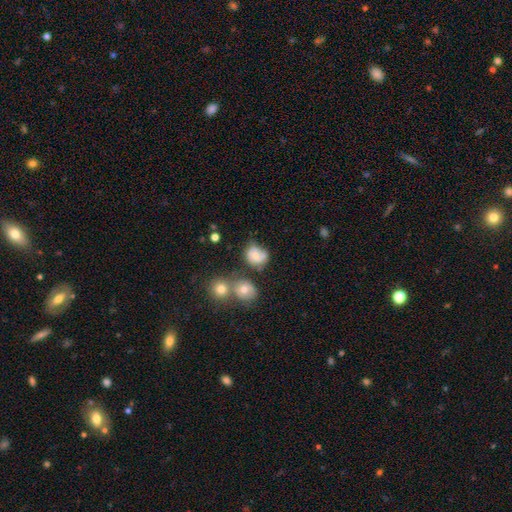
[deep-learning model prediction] Morphology: type=smooth (61%); roundness=round (64%); merging=none (42%).